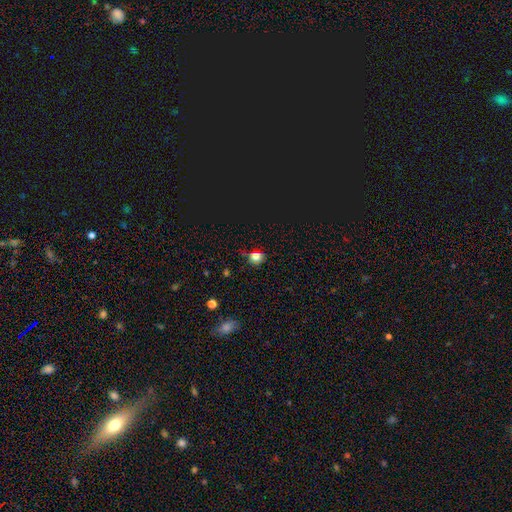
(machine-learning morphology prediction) Q: Smooth or featured?
A: smooth (72%); runner-up: star or artifact (23%)
Q: How rounded?
A: round (76%); runner-up: in between (22%)
Q: Merging?
A: none (75%); runner-up: minor disturbance (16%)